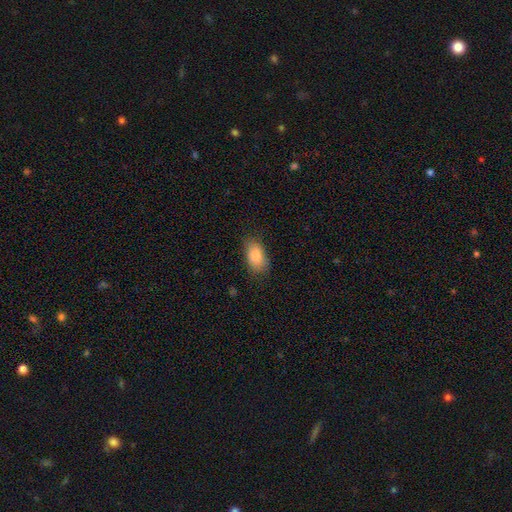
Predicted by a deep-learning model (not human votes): Overall: smooth (87%). How rounded: in between (92%). Merging: none (76%).